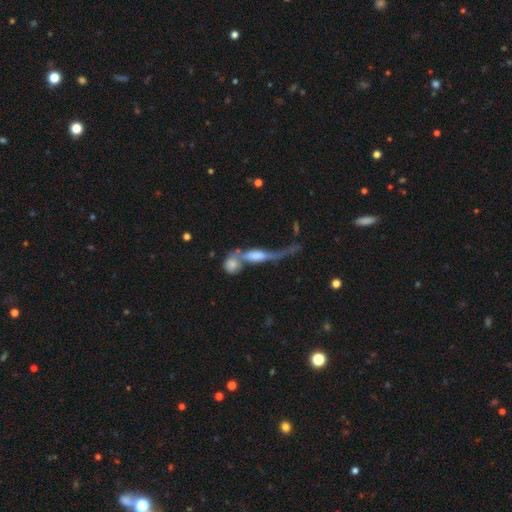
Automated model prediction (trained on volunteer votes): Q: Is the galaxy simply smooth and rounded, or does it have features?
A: featured or disk — 48%.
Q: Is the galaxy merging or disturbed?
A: merger — 59%.